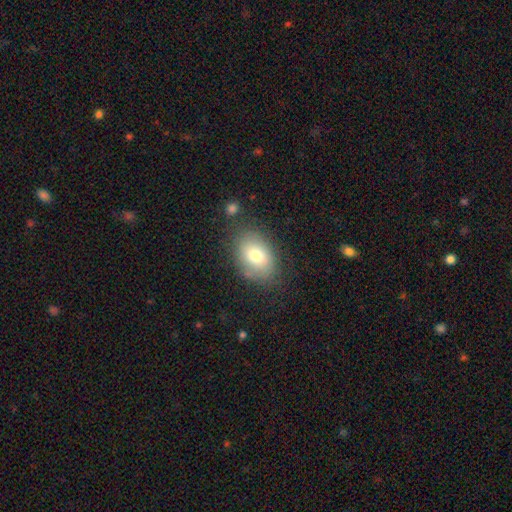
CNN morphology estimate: Overall: smooth (75%). How rounded: in between (79%). Merging: none (77%).